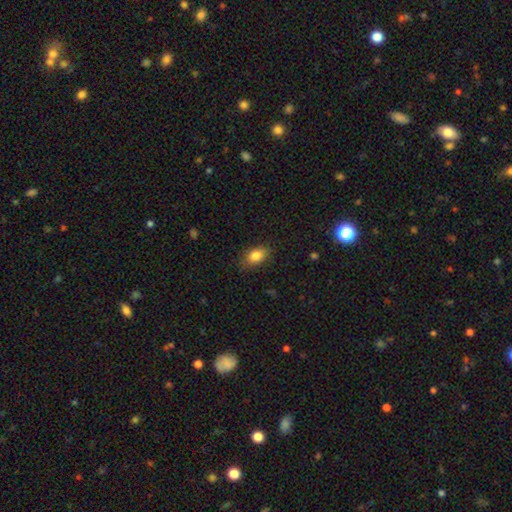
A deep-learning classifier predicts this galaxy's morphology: type=smooth (83%); roundness=in between (84%); merging=none (81%).